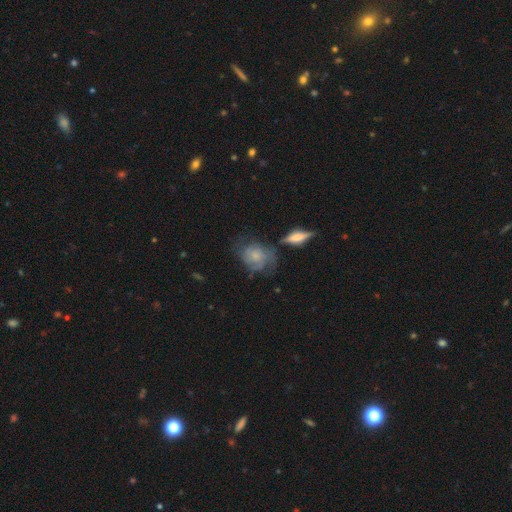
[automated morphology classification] The model was most divided on "bulge size": small: 43%, moderate: 26%, none: 21%, large: 7%, dominant: 2%. Remaining: edge-on disk — no (94%); spiral arms — yes (78%); bar — no (78%); smooth or featured — featured or disk (56%); merging — none (46%).